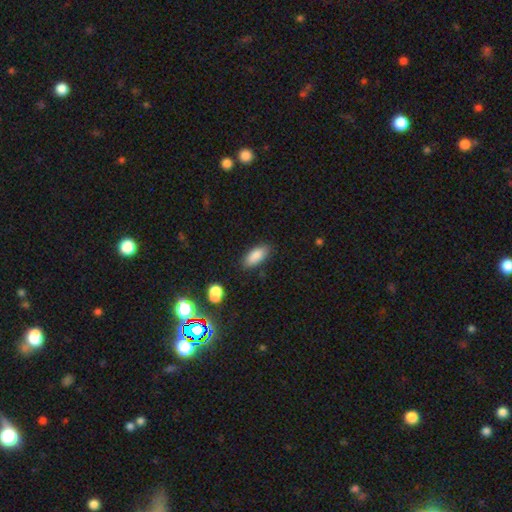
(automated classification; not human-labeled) Smooth or featured?
  - smooth: 86% *
  - star or artifact: 8%
  - featured or disk: 6%
How rounded?
  - in between: 85% *
  - cigar-shaped: 13%
  - round: 2%
Merging?
  - none: 85% *
  - minor disturbance: 11%
  - major disturbance: 2%
  - merger: 2%